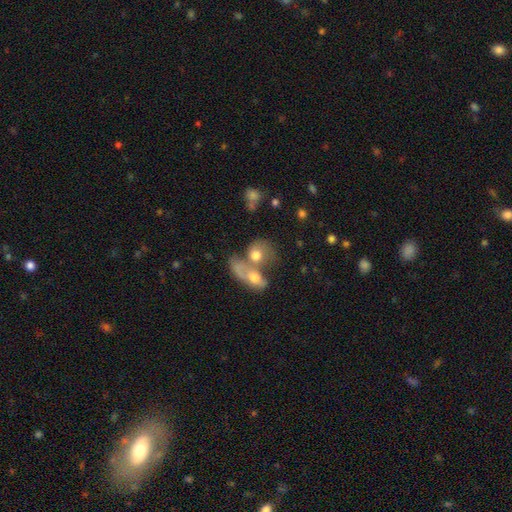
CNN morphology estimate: Smooth or featured? Predicted: smooth (p=0.65). How rounded? Predicted: in between (p=0.51). Merging? Predicted: merger (p=0.64).